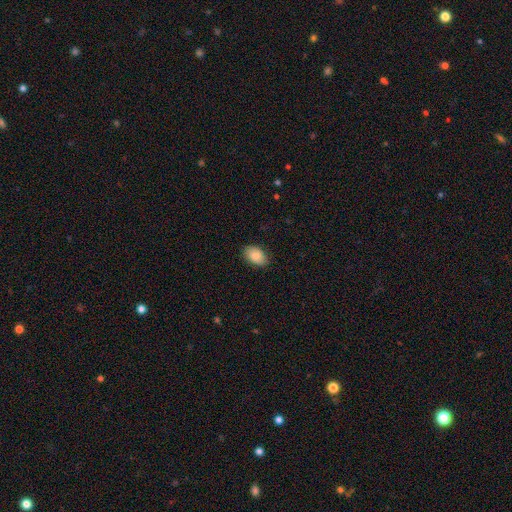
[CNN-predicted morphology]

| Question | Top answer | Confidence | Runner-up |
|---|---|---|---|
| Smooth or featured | smooth | 87% | star or artifact (7%) |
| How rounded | in between | 90% | round (9%) |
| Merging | none | 86% | minor disturbance (11%) |